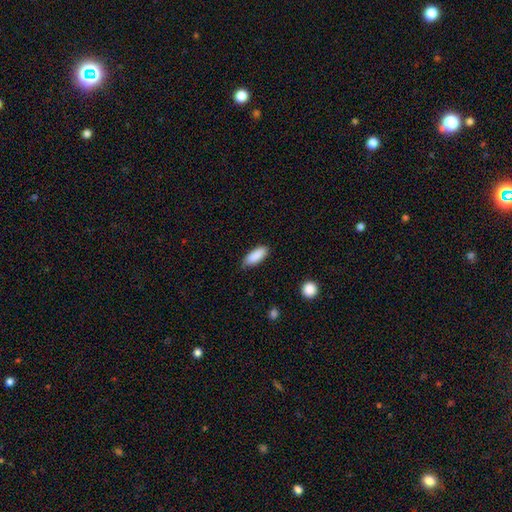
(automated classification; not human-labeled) smooth_or_featured: smooth (p=0.89) [alt: star or artifact p=0.06]
how_rounded: in between (p=0.79) [alt: cigar-shaped p=0.19]
merging: none (p=0.77) [alt: minor disturbance p=0.18]